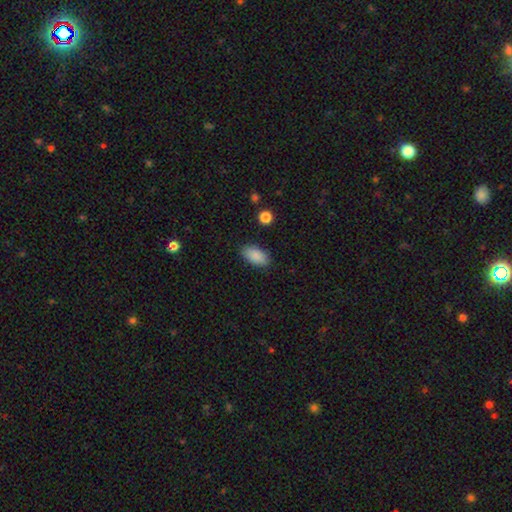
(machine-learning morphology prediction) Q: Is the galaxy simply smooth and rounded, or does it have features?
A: smooth — 89%.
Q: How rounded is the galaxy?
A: in between — 93%.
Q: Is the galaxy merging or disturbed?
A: none — 87%.